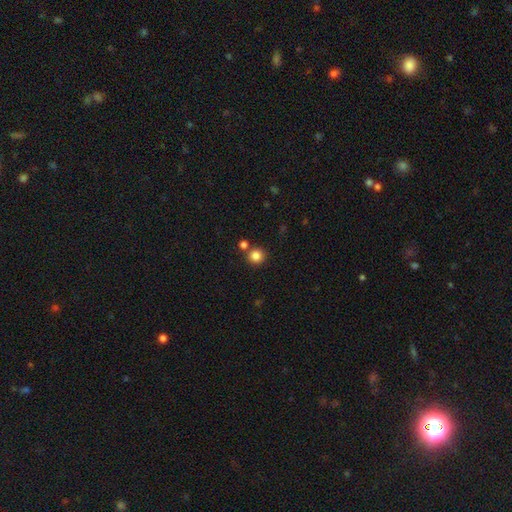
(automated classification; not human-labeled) Morphology: type=smooth (84%); roundness=round (93%); merging=none (79%).